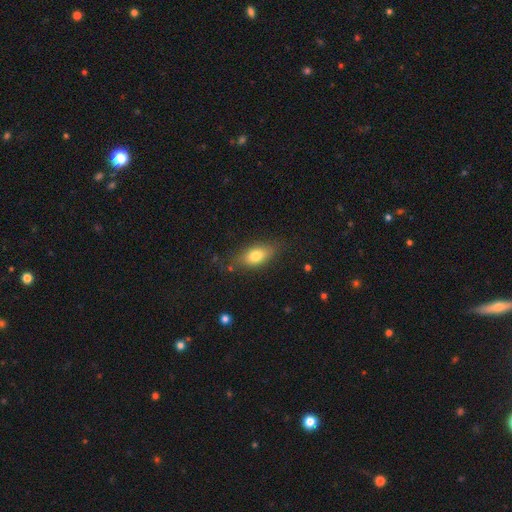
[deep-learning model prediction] This is likely a smooth galaxy (74%). How rounded: clearly in between (80%). Merging: likely none (76%).